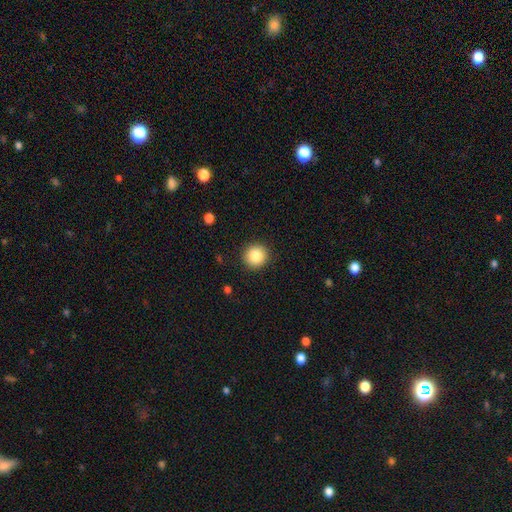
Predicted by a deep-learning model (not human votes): smooth 85%, star or artifact 9%, featured or disk 6%. Down the decision tree: how rounded — round (92%); merging — none (91%).